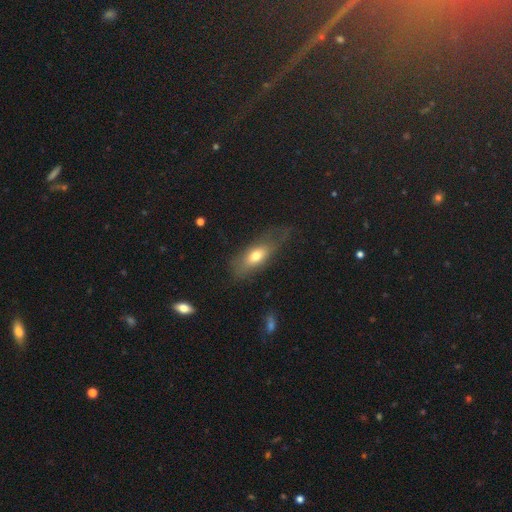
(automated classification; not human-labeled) The model was most divided on "merging": none: 55%, minor disturbance: 26%, major disturbance: 17%, merger: 2%. More confident: how rounded — in between (72%); smooth or featured — smooth (65%).